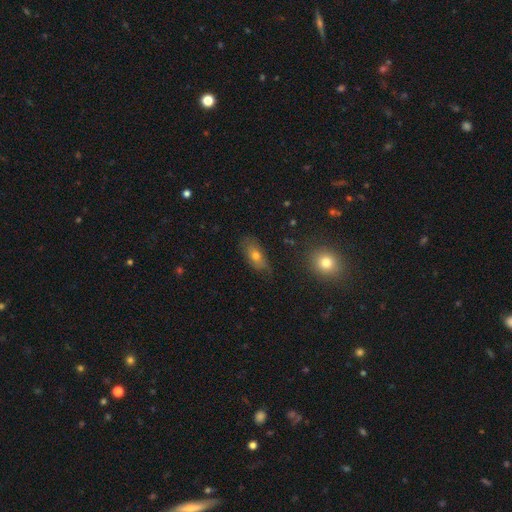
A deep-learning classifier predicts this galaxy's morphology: Q: Smooth or featured?
A: smooth (63%); runner-up: featured or disk (25%)
Q: How rounded?
A: in between (81%); runner-up: cigar-shaped (11%)
Q: Merging?
A: none (73%); runner-up: minor disturbance (20%)